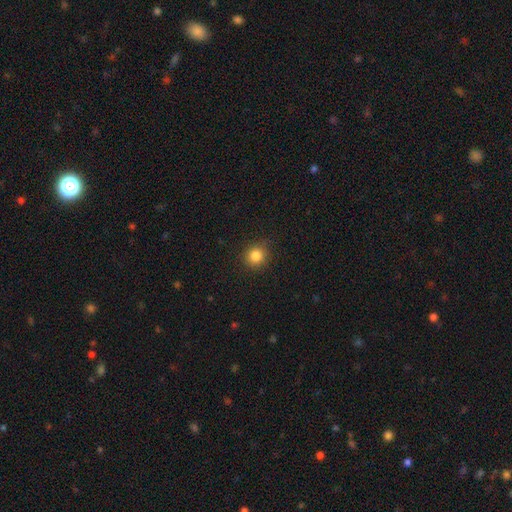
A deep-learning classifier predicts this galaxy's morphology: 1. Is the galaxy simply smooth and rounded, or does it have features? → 84% smooth, 11% star or artifact, 5% featured or disk.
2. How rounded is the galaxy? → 88% round, 11% in between, 1% cigar-shaped.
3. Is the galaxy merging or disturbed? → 86% none, 10% minor disturbance, 3% major disturbance, 1% merger.